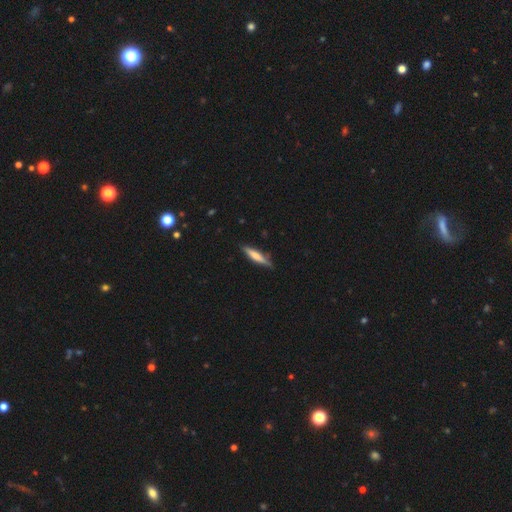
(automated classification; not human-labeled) smooth 54%, featured or disk 40%, star or artifact 6%. Down the decision tree: how rounded — cigar-shaped (85%); merging — none (82%).